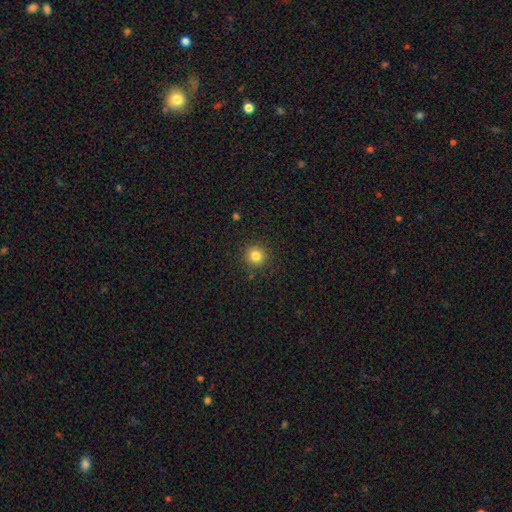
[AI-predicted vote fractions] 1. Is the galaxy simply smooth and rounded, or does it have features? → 82% smooth, 12% star or artifact, 5% featured or disk.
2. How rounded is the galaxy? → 93% round, 6% in between, 1% cigar-shaped.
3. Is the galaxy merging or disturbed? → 90% none, 6% minor disturbance, 2% major disturbance, 1% merger.